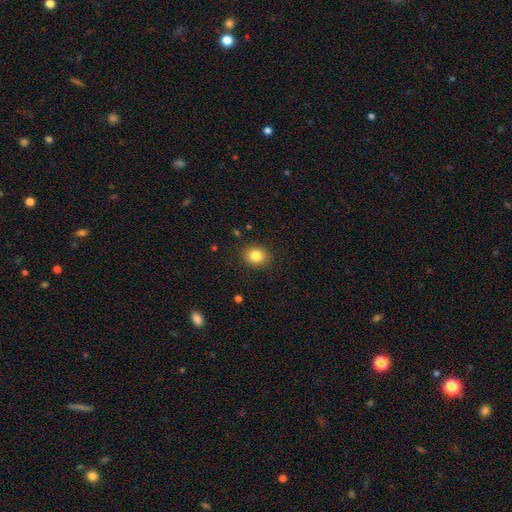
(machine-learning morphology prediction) smooth 83%, star or artifact 10%, featured or disk 7%. Down the decision tree: how rounded — round (65%); merging — none (89%).